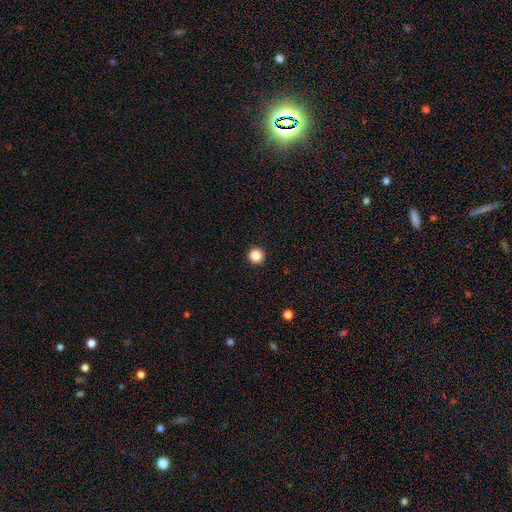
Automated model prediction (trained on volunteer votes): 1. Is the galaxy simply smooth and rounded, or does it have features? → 86% smooth, 11% star or artifact, 4% featured or disk.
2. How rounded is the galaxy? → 96% round, 3% in between, 1% cigar-shaped.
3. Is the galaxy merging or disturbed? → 94% none, 4% minor disturbance, 1% major disturbance, 1% merger.